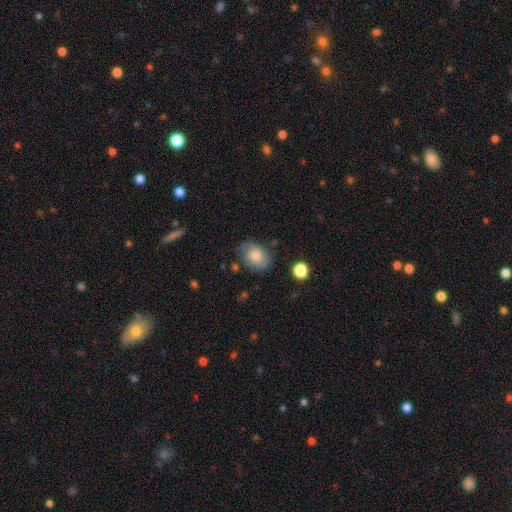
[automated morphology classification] This is likely a smooth galaxy (79%). How rounded: likely in between (71%). Merging: likely none (73%).